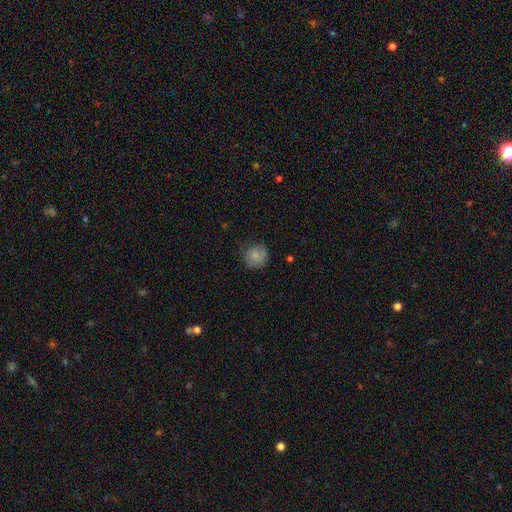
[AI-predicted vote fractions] Smooth or featured?
  - smooth: 83% *
  - featured or disk: 9%
  - star or artifact: 8%
How rounded?
  - round: 88% *
  - in between: 11%
  - cigar-shaped: 1%
Merging?
  - none: 74% *
  - minor disturbance: 19%
  - major disturbance: 5%
  - merger: 1%